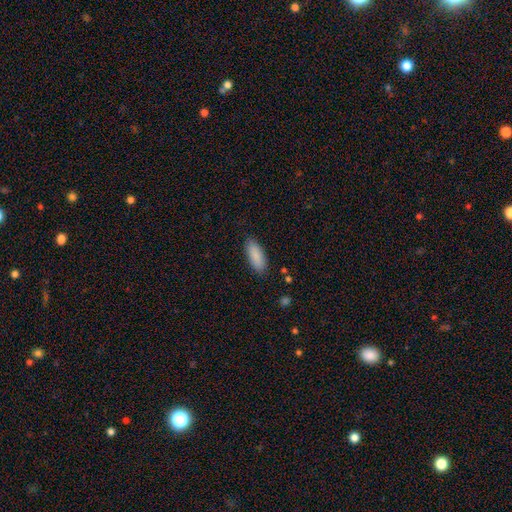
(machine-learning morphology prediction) smooth 89%, star or artifact 6%, featured or disk 5%. Down the decision tree: how rounded — in between (79%); merging — none (85%).